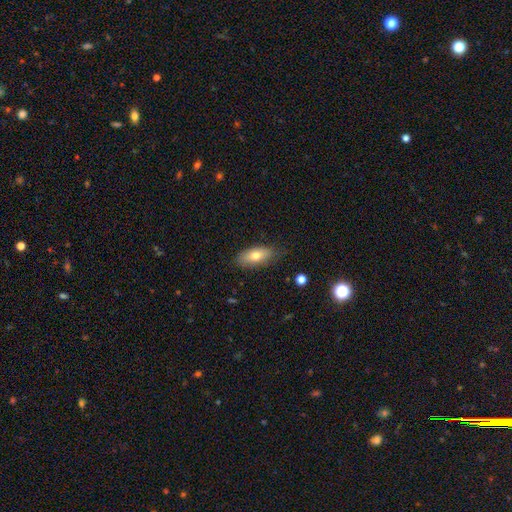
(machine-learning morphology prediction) smooth-or-featured: smooth: 72% | featured or disk: 21% | star or artifact: 7%
  how-rounded: in between: 81% | cigar-shaped: 15% | round: 3%
  merging: none: 79% | minor disturbance: 17% | major disturbance: 3% | merger: 1%